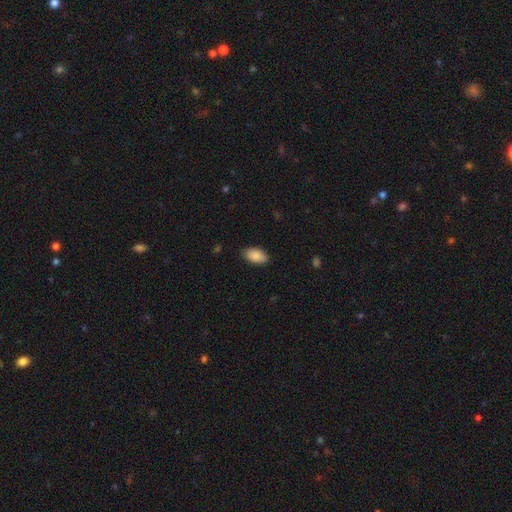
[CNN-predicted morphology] Smooth or featured: smooth — 89% (star or artifact — 6%)
How rounded: in between — 94% (round — 4%)
Merging: none — 85% (minor disturbance — 11%)